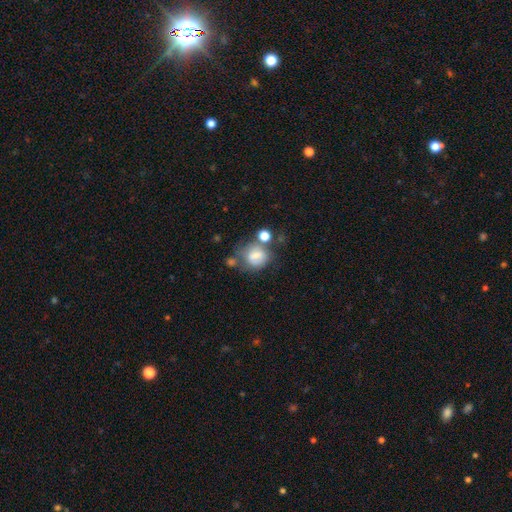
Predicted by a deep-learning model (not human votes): Smooth or featured?
  - smooth: 65% *
  - featured or disk: 23%
  - star or artifact: 12%
How rounded?
  - round: 71% *
  - in between: 28%
  - cigar-shaped: 1%
Merging?
  - none: 45% *
  - merger: 22%
  - minor disturbance: 20%
  - major disturbance: 13%